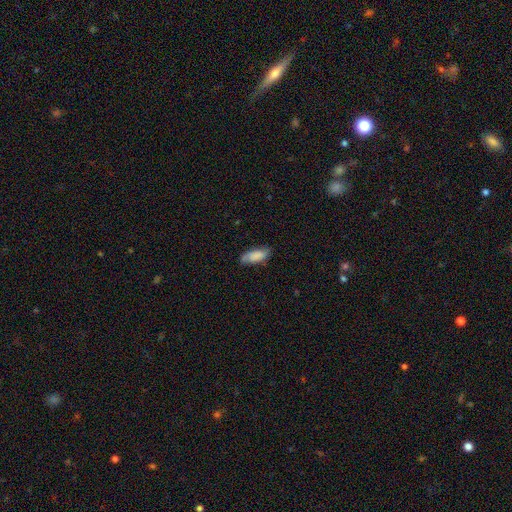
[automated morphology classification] Smooth or featured?
  - smooth: 79% *
  - featured or disk: 14%
  - star or artifact: 7%
How rounded?
  - in between: 74% *
  - cigar-shaped: 24%
  - round: 2%
Merging?
  - none: 72% *
  - minor disturbance: 22%
  - major disturbance: 4%
  - merger: 2%